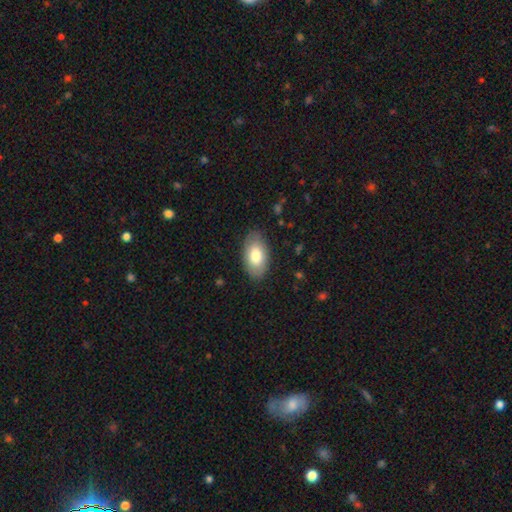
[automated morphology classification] Smooth or featured: smooth — 78% (featured or disk — 16%)
How rounded: in between — 94% (round — 4%)
Merging: none — 85% (minor disturbance — 11%)